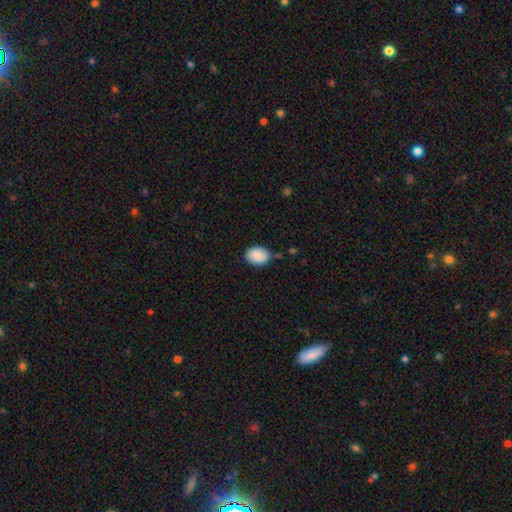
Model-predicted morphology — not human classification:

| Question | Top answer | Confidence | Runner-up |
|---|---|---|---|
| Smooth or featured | smooth | 89% | star or artifact (7%) |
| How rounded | in between | 74% | round (25%) |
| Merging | none | 78% | minor disturbance (16%) |